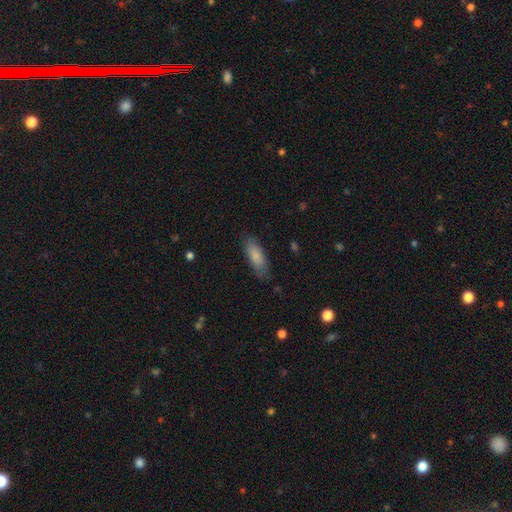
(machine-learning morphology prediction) smooth 83%, featured or disk 11%, star or artifact 6%. Down the decision tree: how rounded — in between (68%); merging — none (77%).